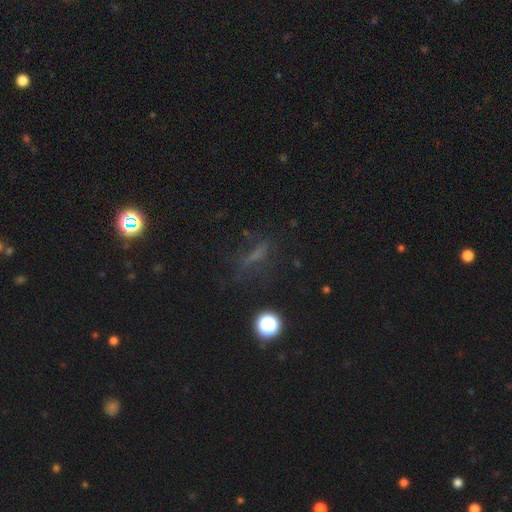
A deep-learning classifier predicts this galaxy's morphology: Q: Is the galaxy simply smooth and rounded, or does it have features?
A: smooth — 38%.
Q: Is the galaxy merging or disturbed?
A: none — 69%.